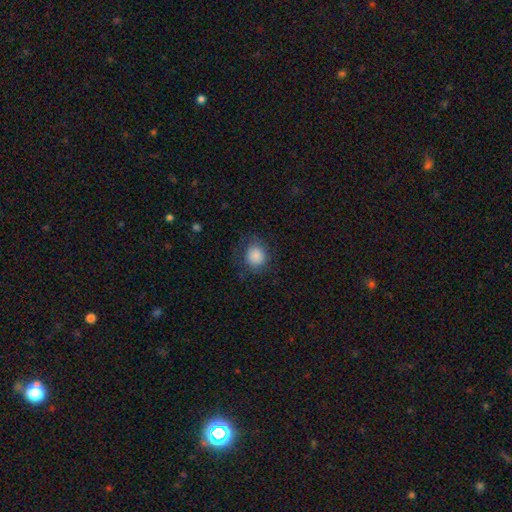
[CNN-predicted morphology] Overall: smooth (85%). How rounded: round (80%). Merging: none (75%).